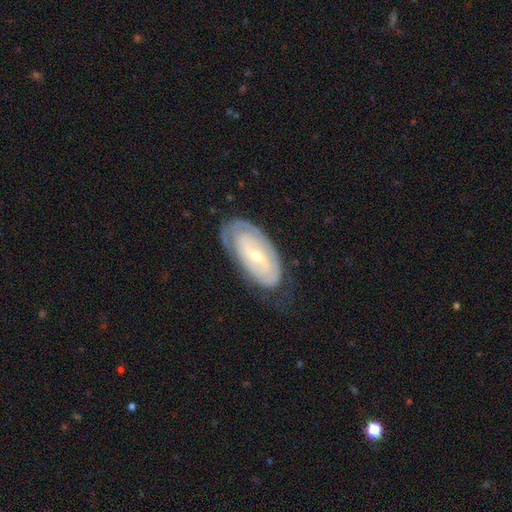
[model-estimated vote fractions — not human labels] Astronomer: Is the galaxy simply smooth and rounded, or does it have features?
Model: featured or disk — 74%.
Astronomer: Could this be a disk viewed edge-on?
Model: no — 92%.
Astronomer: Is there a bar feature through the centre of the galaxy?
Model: no — 44% (runner-up: weak, 39%).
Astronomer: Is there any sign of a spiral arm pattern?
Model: yes — 79%.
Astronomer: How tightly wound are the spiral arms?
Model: tight — 72%.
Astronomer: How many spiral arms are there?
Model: can't tell — 50% (runner-up: 2, 33%).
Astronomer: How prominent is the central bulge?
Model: small — 60% (runner-up: moderate, 36%).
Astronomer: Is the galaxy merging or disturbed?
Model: none — 67%.